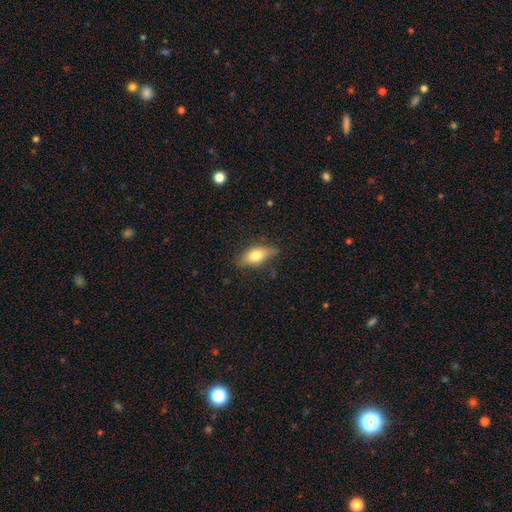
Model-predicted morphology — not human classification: smooth 71%, featured or disk 22%, star or artifact 7%. Down the decision tree: how rounded — in between (80%); merging — none (72%).